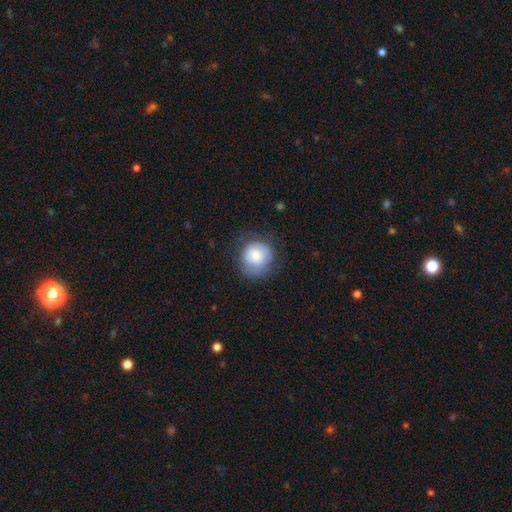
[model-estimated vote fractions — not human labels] A smooth galaxy with no disk features (70%) that is round (85%). Merging: none (63%).